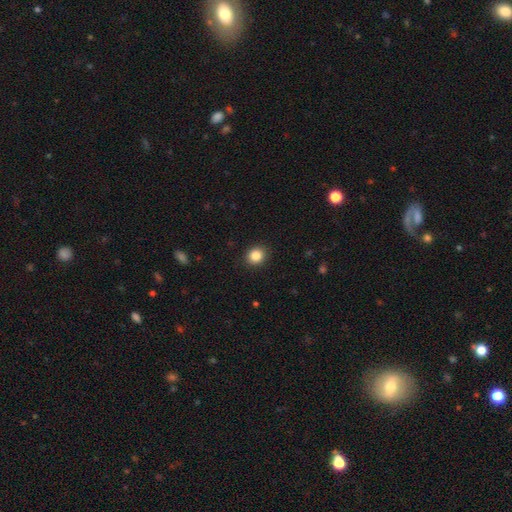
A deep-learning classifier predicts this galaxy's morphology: A smooth galaxy with no disk features (85%) that is round (78%).

Vote fractions:
- Smooth or featured? smooth: 85% / star or artifact: 10% / featured or disk: 5%
- How rounded? round: 78% / in between: 21% / cigar-shaped: 1%
- Merging? none: 91% / minor disturbance: 6% / major disturbance: 2% / merger: 1%